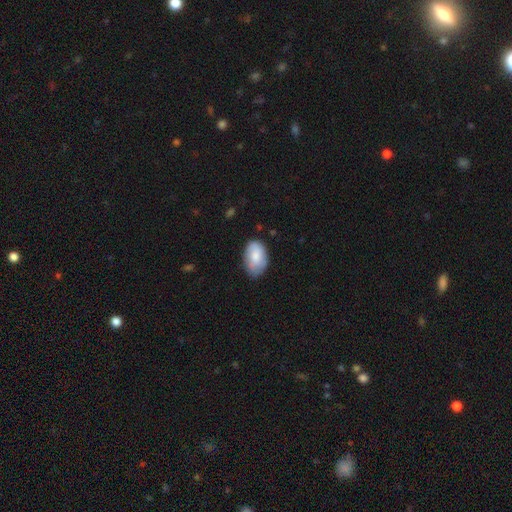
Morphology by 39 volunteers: smooth_or_featured: smooth (p=0.92) [alt: star or artifact p=0.05]
how_rounded: in between (p=0.89) [alt: round p=0.11]
merging: none (p=0.81) [alt: minor disturbance p=0.14]